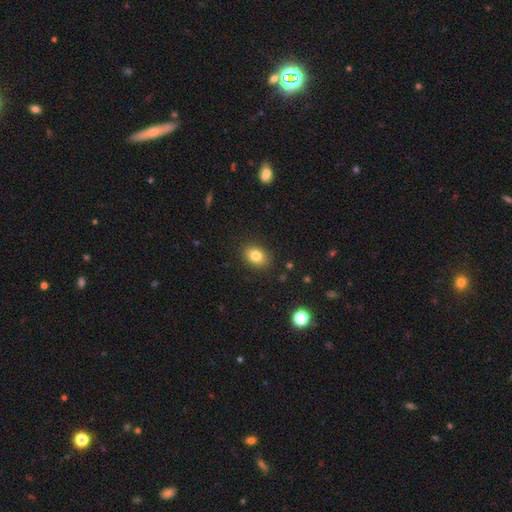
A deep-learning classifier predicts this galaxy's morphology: A smooth galaxy with no disk features (81%) that is in between round and cigar-shaped (66%). Merging: none (87%).